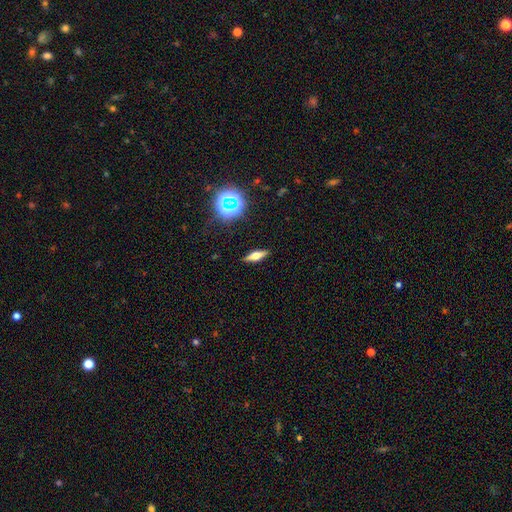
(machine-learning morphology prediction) featured or disk 44%, smooth 43%, star or artifact 14%. Down the decision tree: merging — none (88%).